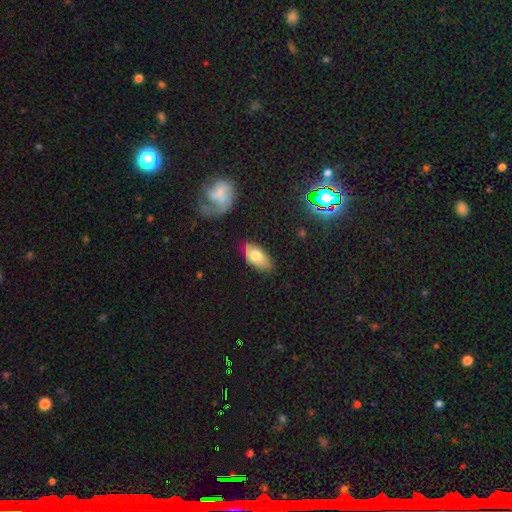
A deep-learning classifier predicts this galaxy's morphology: This is likely a smooth galaxy (71%). How rounded: clearly in between (93%). Merging: likely none (74%).